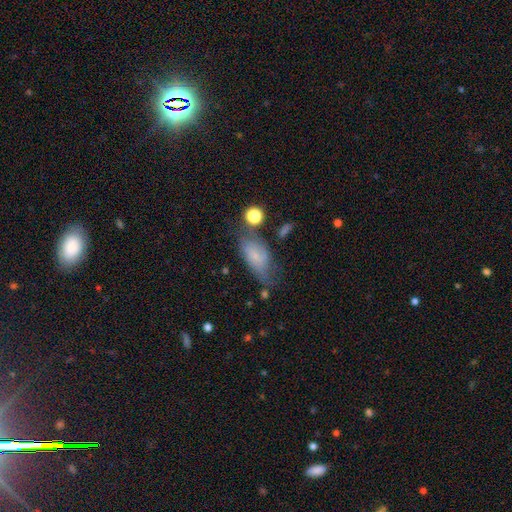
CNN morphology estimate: A smooth galaxy with no disk features (60%) that is in between round and cigar-shaped (86%). Merging: none (45%).